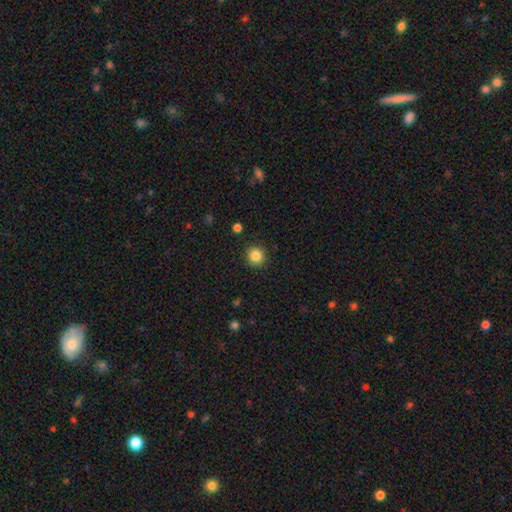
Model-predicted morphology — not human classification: smooth_or_featured: smooth (p=0.85) [alt: star or artifact p=0.10]
how_rounded: round (p=0.91) [alt: in between p=0.08]
merging: none (p=0.91) [alt: minor disturbance p=0.05]